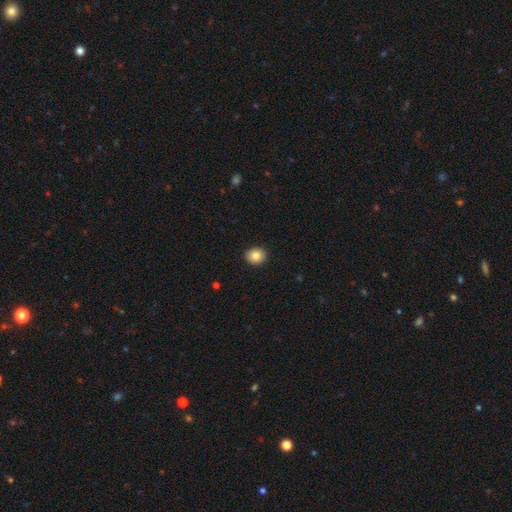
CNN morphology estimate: Smooth or featured? smooth (84%)
How rounded? round (71%)
Merging? none (91%)